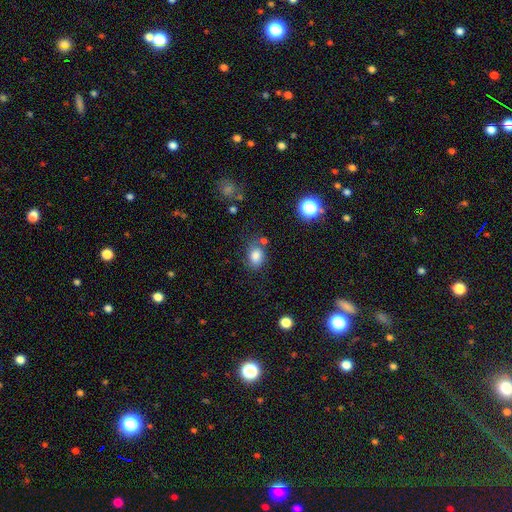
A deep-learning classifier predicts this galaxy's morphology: smooth 81%, star or artifact 11%, featured or disk 8%. Down the decision tree: how rounded — in between (68%); merging — none (66%).